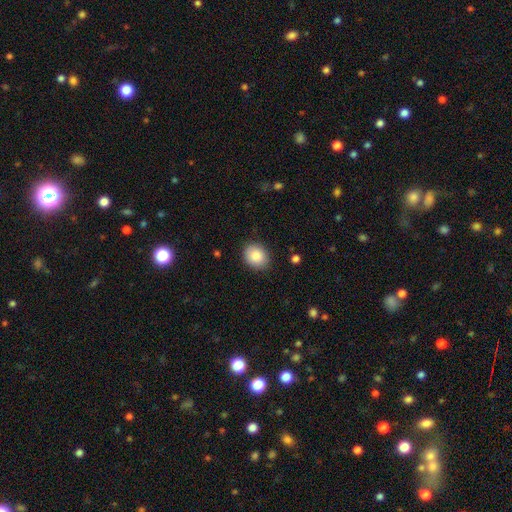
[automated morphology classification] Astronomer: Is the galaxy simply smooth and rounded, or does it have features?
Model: smooth — 86%.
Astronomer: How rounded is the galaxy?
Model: round — 54% (runner-up: in between, 45%).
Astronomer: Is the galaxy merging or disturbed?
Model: none — 87%.